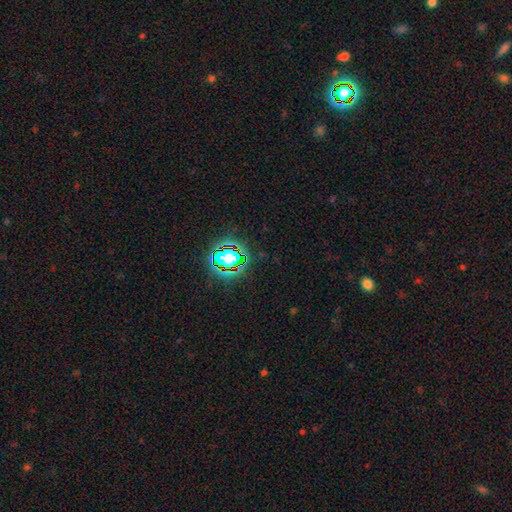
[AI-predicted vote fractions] Q: Smooth or featured?
A: star or artifact (78%); runner-up: smooth (13%)